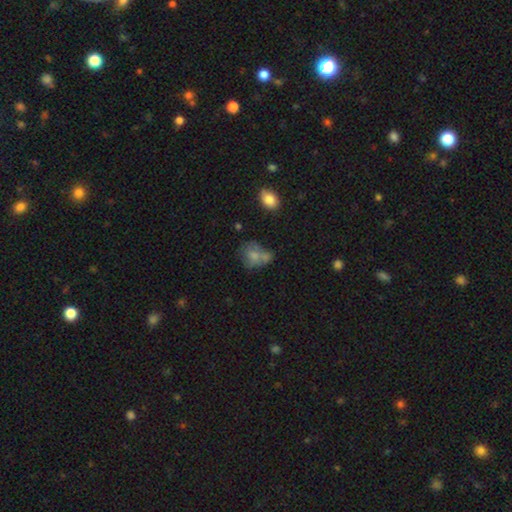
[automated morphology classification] Smooth or featured? smooth (68%)
How rounded? in between (55%)
Merging? none (34%)